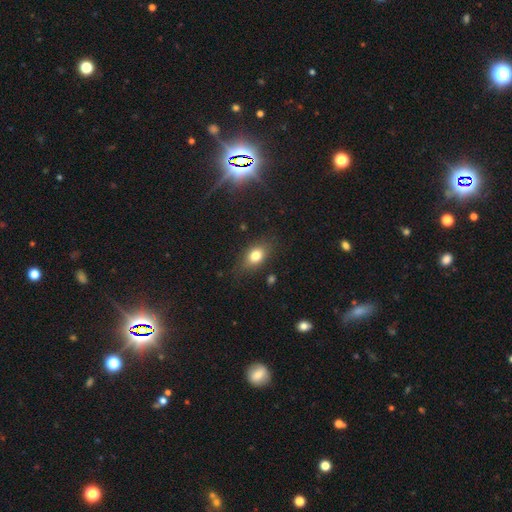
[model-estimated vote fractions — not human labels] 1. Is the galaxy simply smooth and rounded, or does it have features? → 78% smooth, 12% featured or disk, 10% star or artifact.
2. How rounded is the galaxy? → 77% in between, 19% round, 4% cigar-shaped.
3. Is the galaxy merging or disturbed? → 78% none, 16% minor disturbance, 4% major disturbance, 2% merger.